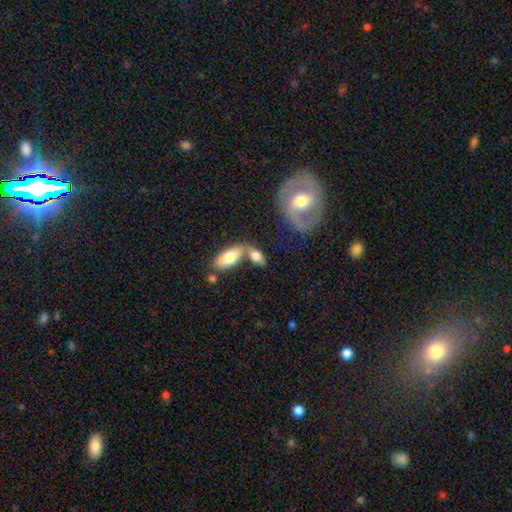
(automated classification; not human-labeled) smooth_or_featured: smooth (p=0.70) [alt: featured or disk p=0.23]
how_rounded: in between (p=0.85) [alt: cigar-shaped p=0.10]
merging: merger (p=0.49) [alt: none p=0.33]